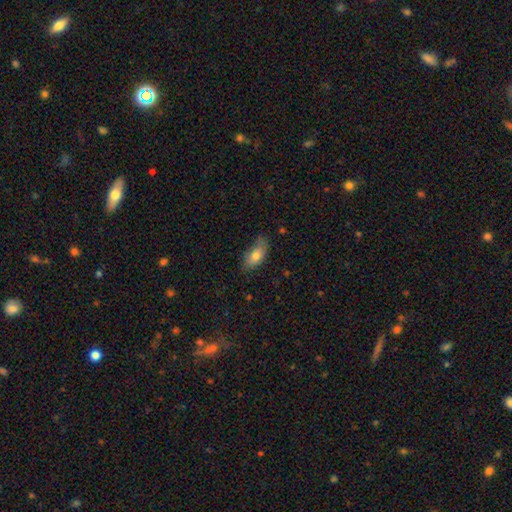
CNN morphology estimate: Smooth or featured? smooth (78%)
How rounded? in between (89%)
Merging? none (58%)